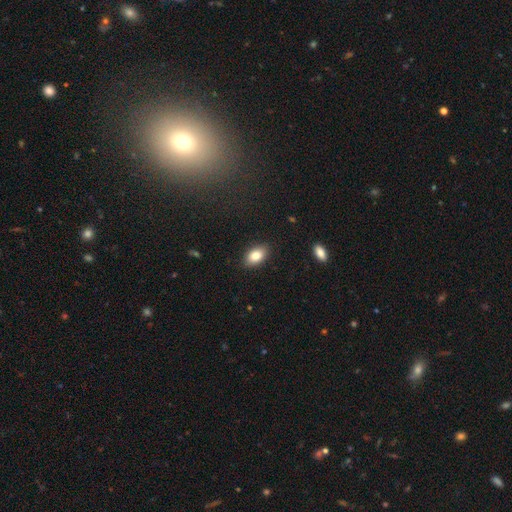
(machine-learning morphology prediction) smooth 83%, featured or disk 10%, star or artifact 7%. Down the decision tree: how rounded — in between (91%); merging — none (88%).